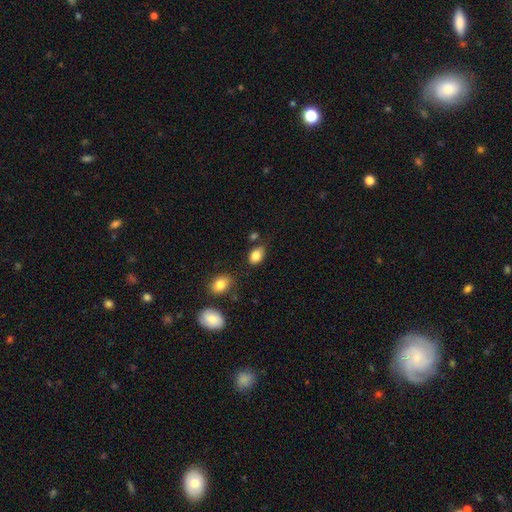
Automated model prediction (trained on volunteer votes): smooth-or-featured: smooth: 85% | star or artifact: 8% | featured or disk: 7%
  how-rounded: in between: 85% | round: 14% | cigar-shaped: 1%
  merging: none: 72% | minor disturbance: 19% | merger: 6% | major disturbance: 4%